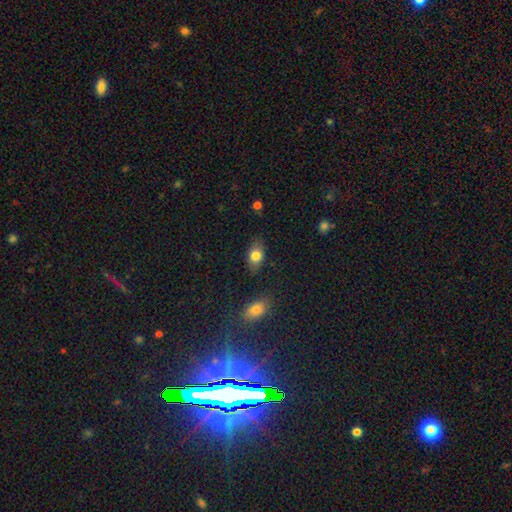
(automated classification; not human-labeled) A smooth galaxy with no disk features (79%) that is in between round and cigar-shaped (80%).

Vote fractions:
- Smooth or featured? smooth: 79% / featured or disk: 12% / star or artifact: 9%
- How rounded? in between: 80% / round: 17% / cigar-shaped: 3%
- Merging? none: 80% / minor disturbance: 15% / major disturbance: 3% / merger: 2%